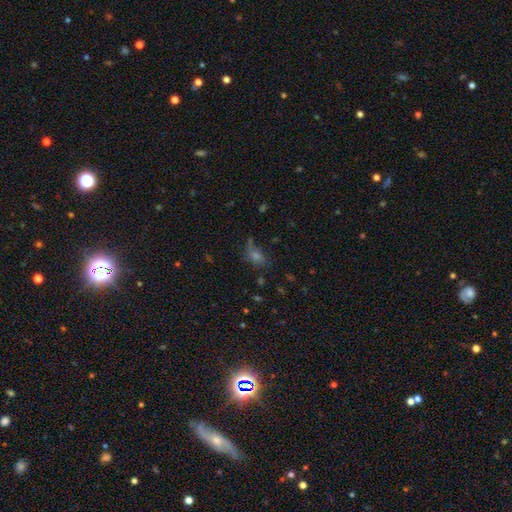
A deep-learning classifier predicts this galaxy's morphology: Smooth or featured?
  - smooth: 47% *
  - star or artifact: 34%
  - featured or disk: 20%
Merging?
  - none: 54% *
  - minor disturbance: 23%
  - major disturbance: 18%
  - merger: 5%